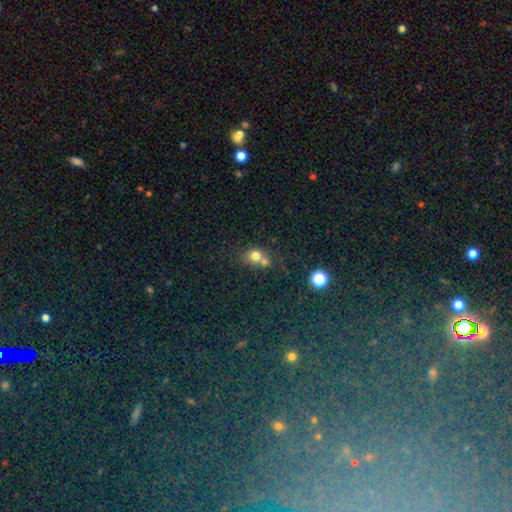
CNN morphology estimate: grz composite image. It shows a smooth galaxy with no disk features (72%) that is round (74%). Merging: merger (46%).